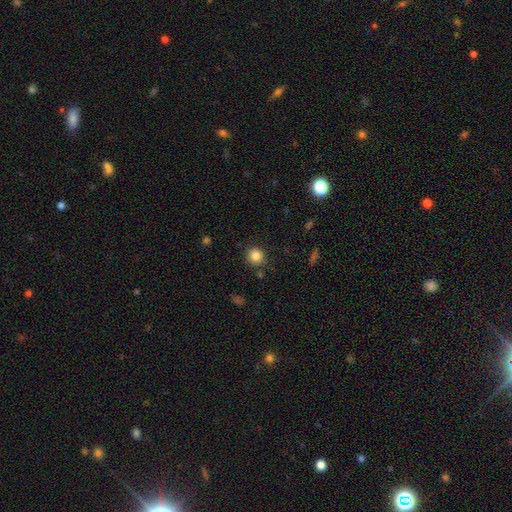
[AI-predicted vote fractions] smooth-or-featured: smooth: 84% | star or artifact: 11% | featured or disk: 5%
  how-rounded: round: 90% | in between: 9% | cigar-shaped: 1%
  merging: none: 86% | minor disturbance: 8% | merger: 3% | major disturbance: 3%